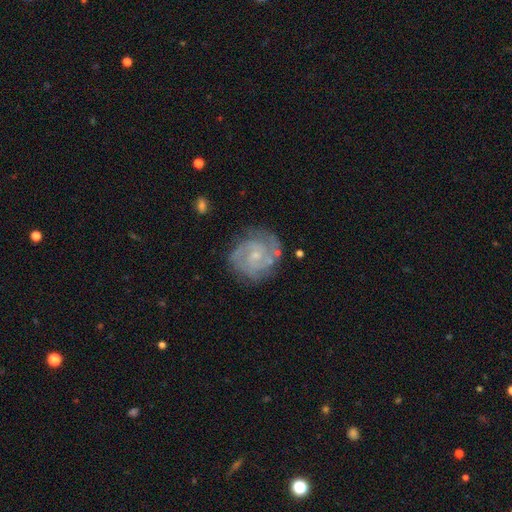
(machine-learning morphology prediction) Q: Smooth or featured?
A: featured or disk (84%); runner-up: smooth (10%)
Q: Edge-on disk?
A: no (98%); runner-up: yes (2%)
Q: Bar?
A: no (65%); runner-up: weak (31%)
Q: Spiral arms?
A: yes (95%); runner-up: no (5%)
Q: Spiral winding?
A: tight (56%); runner-up: medium (36%)
Q: Spiral arm count?
A: 2 (50%); runner-up: 3 (19%)
Q: Bulge size?
A: small (75%); runner-up: moderate (19%)
Q: Merging?
A: none (74%); runner-up: minor disturbance (17%)